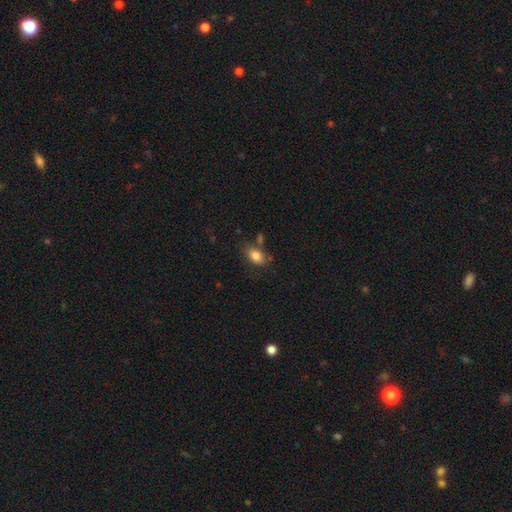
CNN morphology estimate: The model was most divided on "merging": none: 68%, minor disturbance: 17%, merger: 10%, major disturbance: 5%. More confident: how rounded — in between (87%); smooth or featured — smooth (83%).